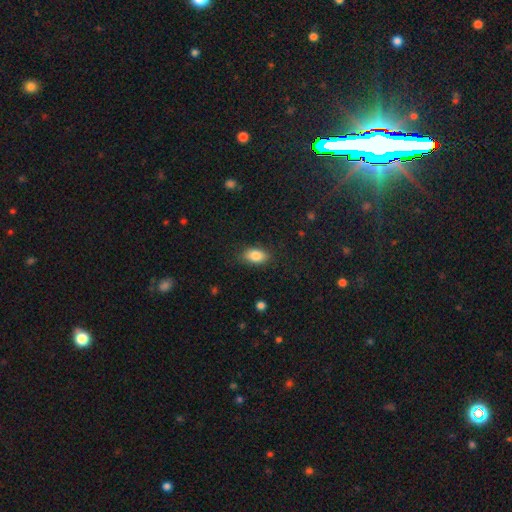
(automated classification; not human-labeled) A smooth galaxy with no disk features (85%) that is in between round and cigar-shaped (89%). Merging: none (84%).